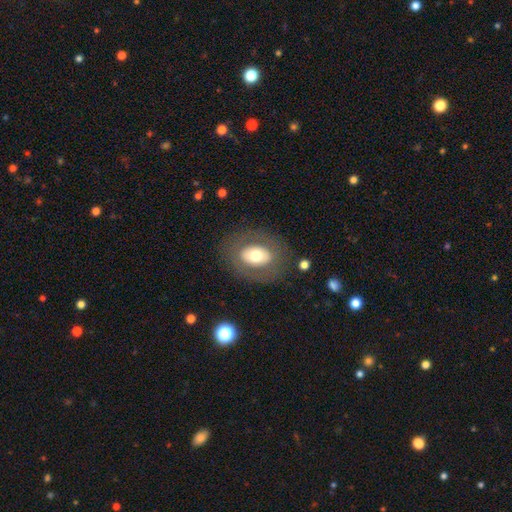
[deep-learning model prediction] This is possibly a smooth galaxy (56%). How rounded: likely in between (71%). Merging: clearly none (80%).